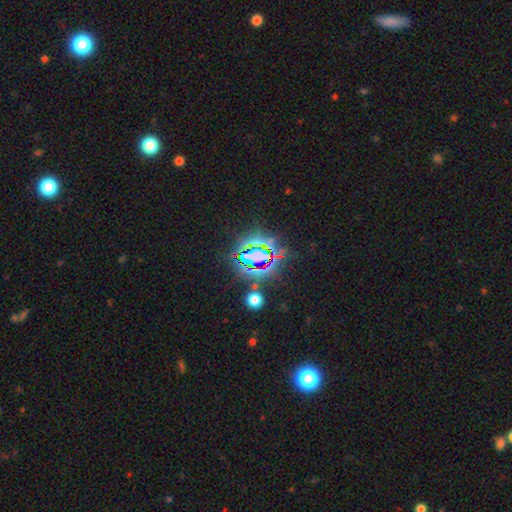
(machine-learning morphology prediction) type=star or artifact (75%).